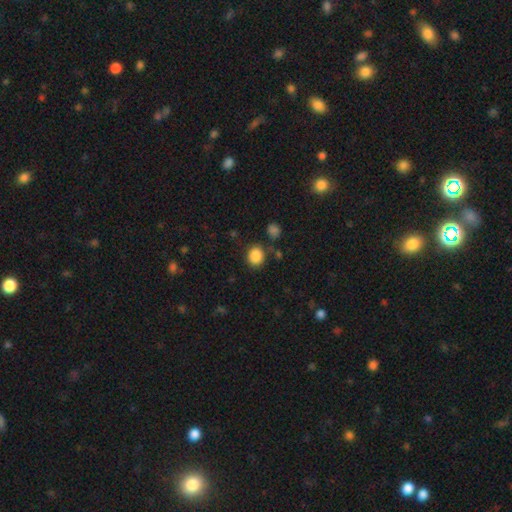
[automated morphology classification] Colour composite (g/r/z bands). It shows a smooth galaxy with no disk features (87%) that is round (65%). Merging: none (80%).